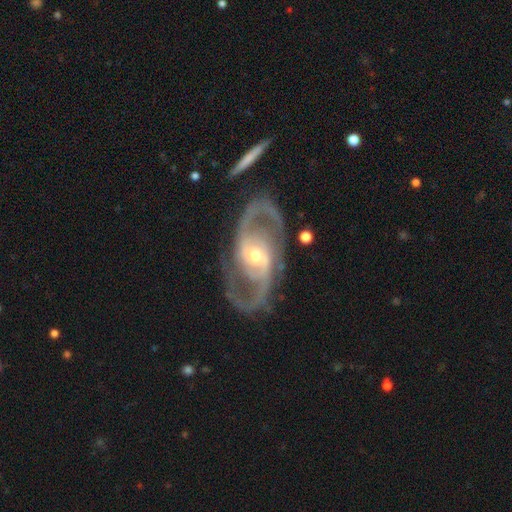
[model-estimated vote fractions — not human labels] The model was most divided on "bar": no: 42%, weak: 38%, strong: 19%. More confident: spiral arms — yes (96%); edge-on disk — no (96%); smooth or featured — featured or disk (91%); spiral arm count — 2 (88%); merging — none (76%); bulge size — moderate (56%); spiral winding — medium (54%).